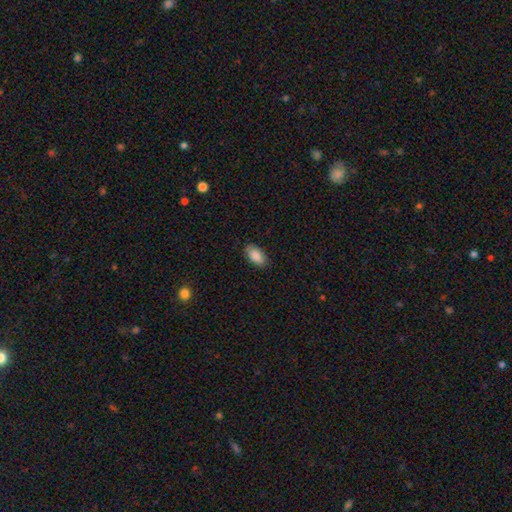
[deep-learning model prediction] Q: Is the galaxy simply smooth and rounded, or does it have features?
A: smooth — 89%.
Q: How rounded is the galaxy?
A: in between — 94%.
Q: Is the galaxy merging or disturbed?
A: none — 86%.